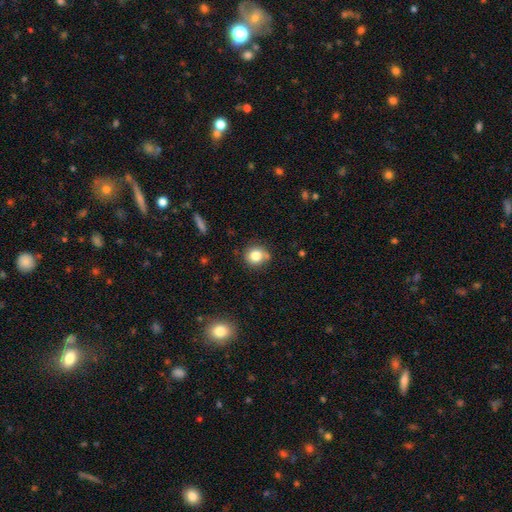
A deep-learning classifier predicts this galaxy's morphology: smooth-or-featured: smooth: 80% | star or artifact: 11% | featured or disk: 8%
  how-rounded: round: 86% | in between: 13% | cigar-shaped: 1%
  merging: none: 72% | minor disturbance: 17% | merger: 8% | major disturbance: 4%